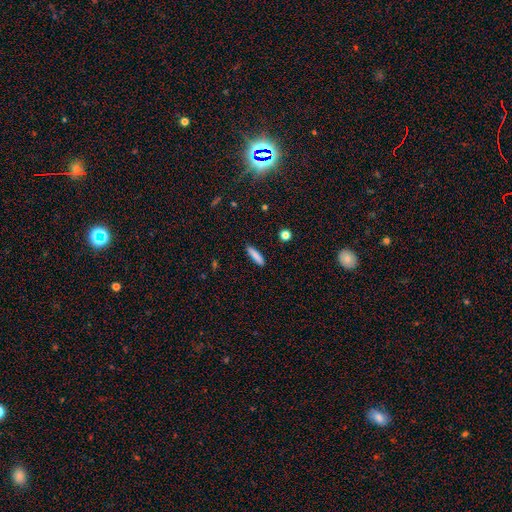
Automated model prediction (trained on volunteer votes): smooth-or-featured: smooth: 84% | featured or disk: 9% | star or artifact: 7%
  how-rounded: cigar-shaped: 81% | in between: 17% | round: 2%
  merging: none: 89% | minor disturbance: 8% | major disturbance: 2% | merger: 1%